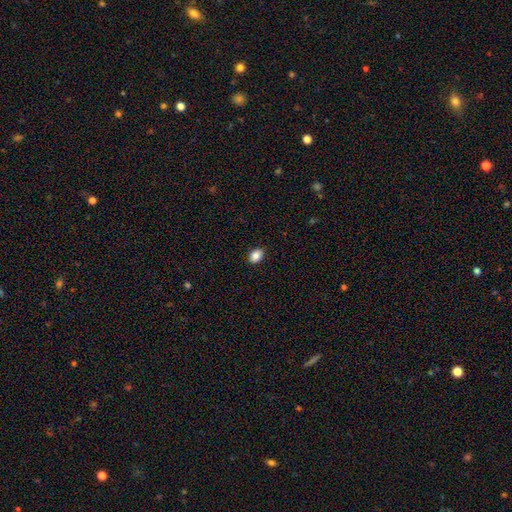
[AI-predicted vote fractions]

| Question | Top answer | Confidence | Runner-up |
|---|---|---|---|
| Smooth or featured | smooth | 86% | star or artifact (9%) |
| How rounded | in between | 76% | round (23%) |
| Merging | none | 89% | minor disturbance (8%) |